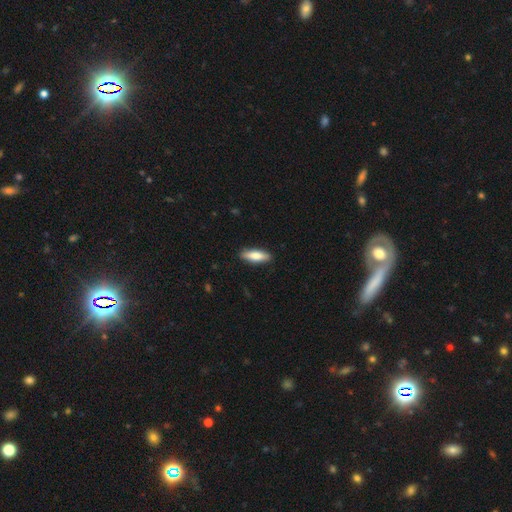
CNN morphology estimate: This appears to be a smooth galaxy with no disk features (75%) that is in between round and cigar-shaped (51%). Merging: none (90%).